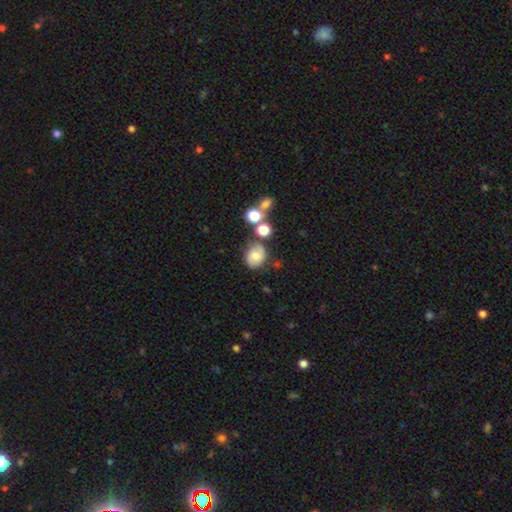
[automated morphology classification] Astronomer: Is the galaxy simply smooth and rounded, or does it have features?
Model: smooth — 60%.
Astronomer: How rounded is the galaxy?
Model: round — 52% (runner-up: in between, 47%).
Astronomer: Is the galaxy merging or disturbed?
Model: none — 63%.